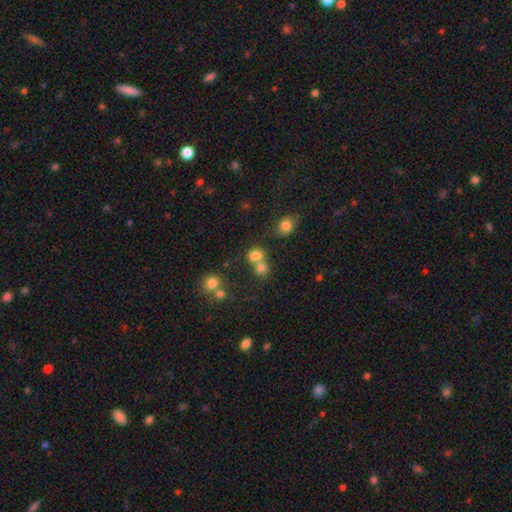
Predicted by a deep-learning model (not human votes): smooth_or_featured: smooth (p=0.76) [alt: star or artifact p=0.15]
how_rounded: round (p=0.71) [alt: in between p=0.28]
merging: none (p=0.46) [alt: merger p=0.41]